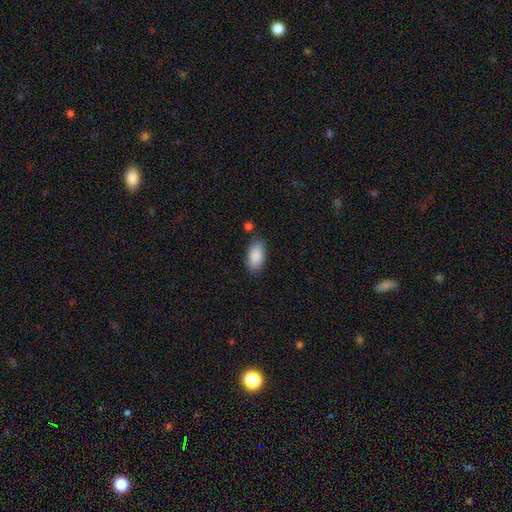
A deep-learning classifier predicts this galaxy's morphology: Q: Smooth or featured?
A: smooth (89%); runner-up: star or artifact (6%)
Q: How rounded?
A: in between (94%); runner-up: cigar-shaped (3%)
Q: Merging?
A: none (79%); runner-up: minor disturbance (13%)